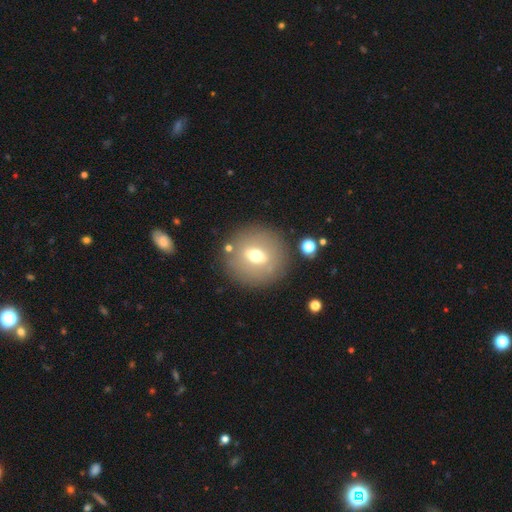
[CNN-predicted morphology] Smooth or featured? Predicted: smooth (p=0.53). How rounded? Predicted: round (p=0.85). Merging? Predicted: none (p=0.83).